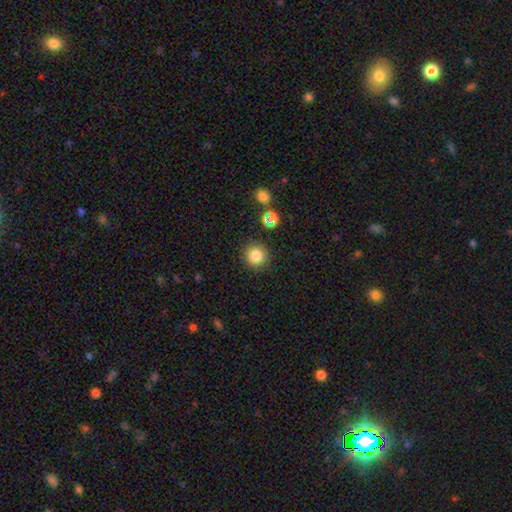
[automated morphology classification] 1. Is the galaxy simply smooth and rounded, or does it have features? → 83% smooth, 12% star or artifact, 5% featured or disk.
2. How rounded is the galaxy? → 94% round, 5% in between, 1% cigar-shaped.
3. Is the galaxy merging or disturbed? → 89% none, 6% minor disturbance, 2% major disturbance, 2% merger.